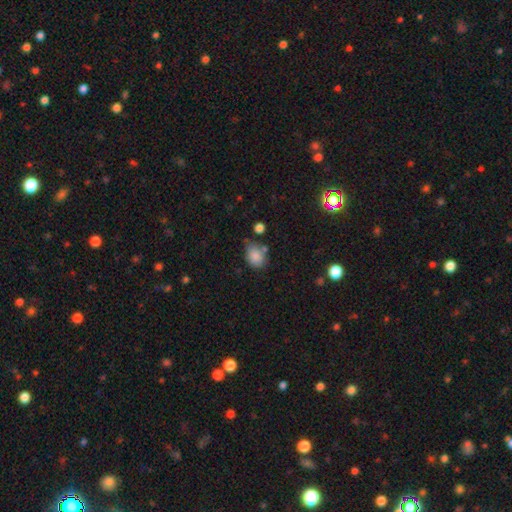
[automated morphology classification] smooth 84%, star or artifact 9%, featured or disk 6%. Down the decision tree: how rounded — in between (59%); merging — none (59%).